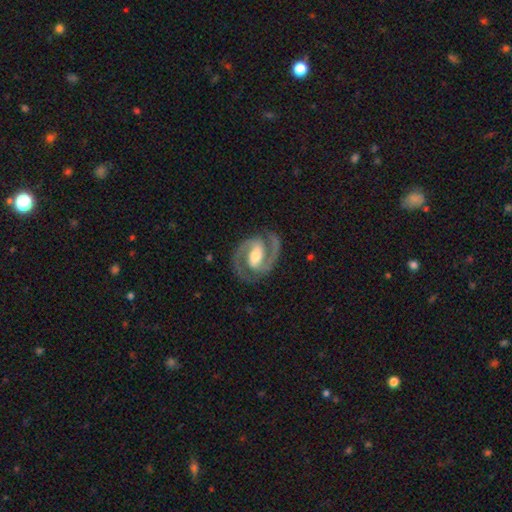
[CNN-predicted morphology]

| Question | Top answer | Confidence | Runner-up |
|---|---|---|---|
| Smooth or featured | featured or disk | 93% | smooth (4%) |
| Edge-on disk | no | 98% | yes (2%) |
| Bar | strong | 49% | weak (37%) |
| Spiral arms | yes | 98% | no (2%) |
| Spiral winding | medium | 59% | tight (34%) |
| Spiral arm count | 2 | 94% | can't tell (1%) |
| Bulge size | moderate | 65% | small (20%) |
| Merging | none | 86% | minor disturbance (10%) |